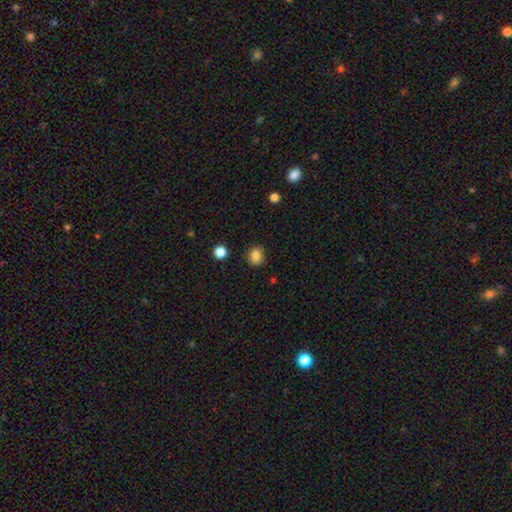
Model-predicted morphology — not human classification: This appears to be a smooth galaxy with no disk features (85%) that is round (75%). Merging: none (87%).